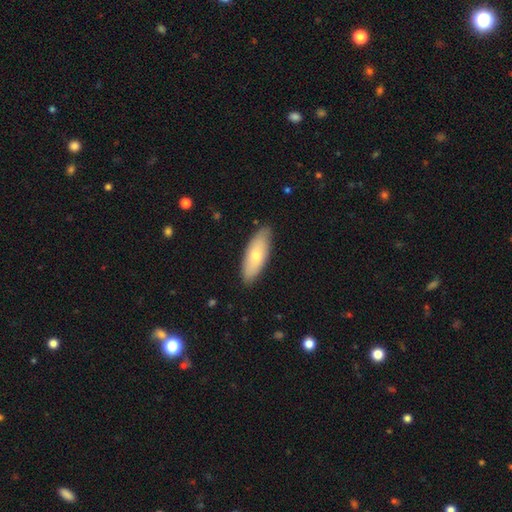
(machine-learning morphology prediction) type=smooth (64%); roundness=in between (70%); merging=none (86%).